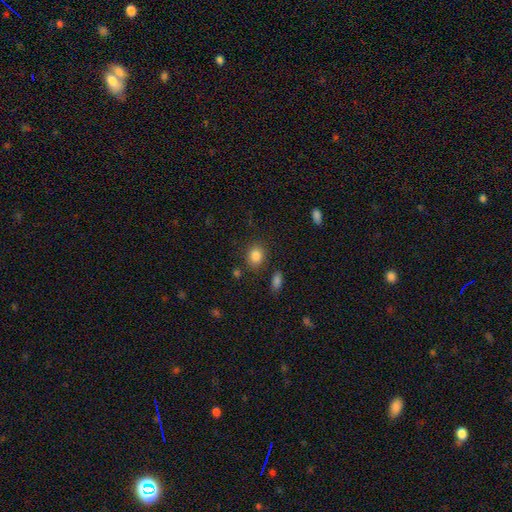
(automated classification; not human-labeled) Smooth or featured? Predicted: smooth (p=0.85). How rounded? Predicted: round (p=0.51). Merging? Predicted: none (p=0.82).